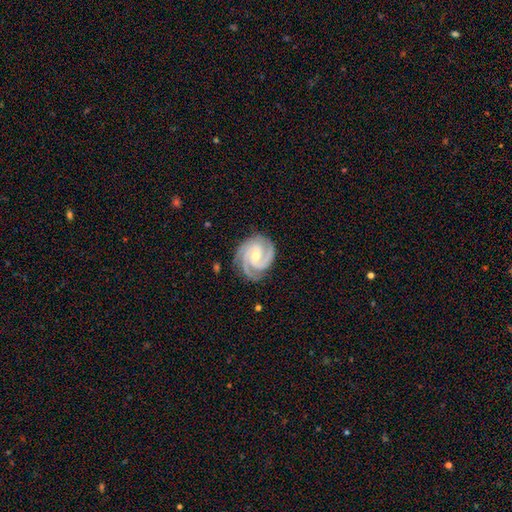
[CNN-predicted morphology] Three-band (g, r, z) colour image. It shows a featured or disk galaxy (93%) with no bar (46%), 3 (65%) tight (65%) spiral arms (99%) and a small central bulge (53%). Merging: none (81%).